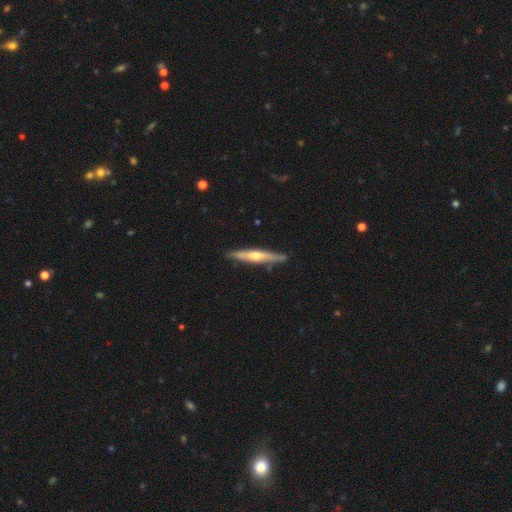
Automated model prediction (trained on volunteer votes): Morphology: type=featured or disk (60%); edge-on=yes (95%); edge-on bulge=rounded (84%); merging=none (85%).